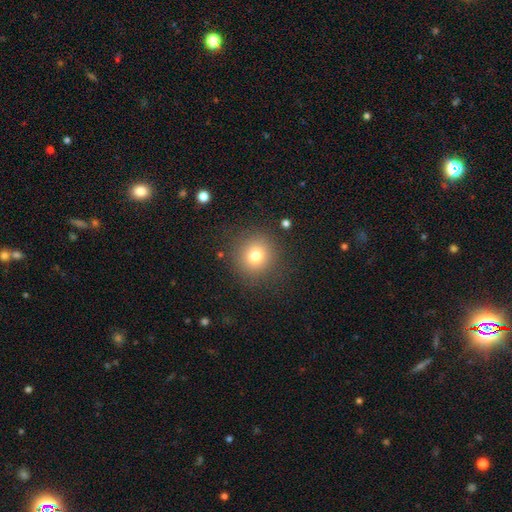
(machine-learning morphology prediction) Smooth or featured: smooth — 76% (star or artifact — 14%)
How rounded: round — 93% (in between — 7%)
Merging: none — 87% (minor disturbance — 8%)